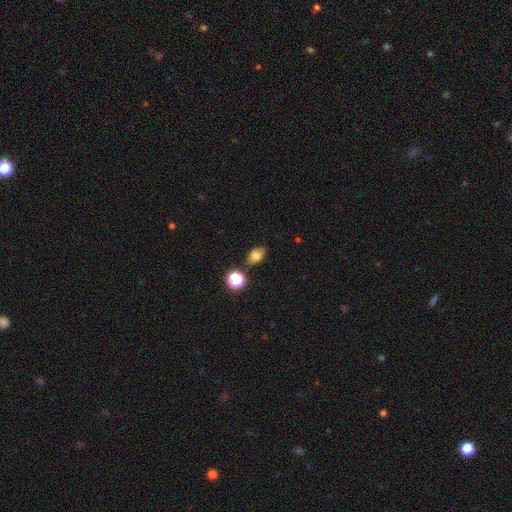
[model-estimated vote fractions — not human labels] smooth 76%, star or artifact 13%, featured or disk 10%. Down the decision tree: how rounded — in between (76%); merging — none (79%).